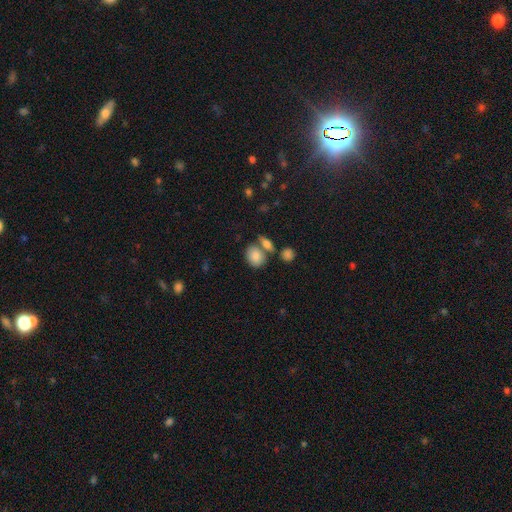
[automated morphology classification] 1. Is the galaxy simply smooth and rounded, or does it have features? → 84% smooth, 9% featured or disk, 8% star or artifact.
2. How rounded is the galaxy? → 61% in between, 37% round, 2% cigar-shaped.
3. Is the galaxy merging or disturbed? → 55% none, 26% merger, 14% minor disturbance, 5% major disturbance.